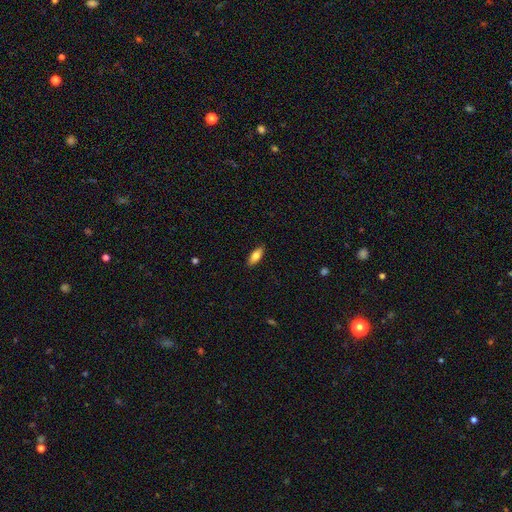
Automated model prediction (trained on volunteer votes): Q: Smooth or featured?
A: smooth (81%); runner-up: featured or disk (13%)
Q: How rounded?
A: in between (80%); runner-up: cigar-shaped (18%)
Q: Merging?
A: none (89%); runner-up: minor disturbance (8%)